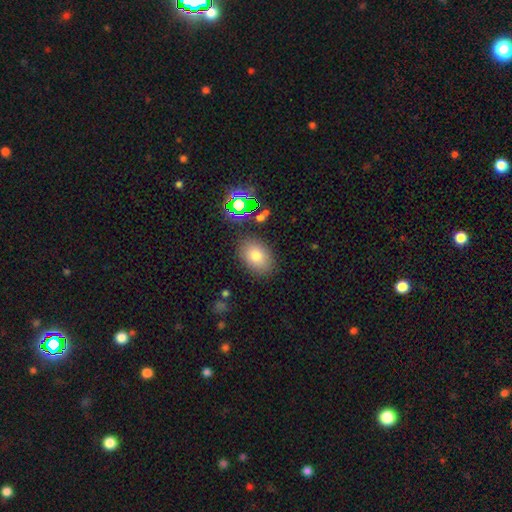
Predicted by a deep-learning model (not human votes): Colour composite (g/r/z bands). It shows a smooth galaxy with no disk features (76%) that is in between round and cigar-shaped (79%). Merging: none (82%).